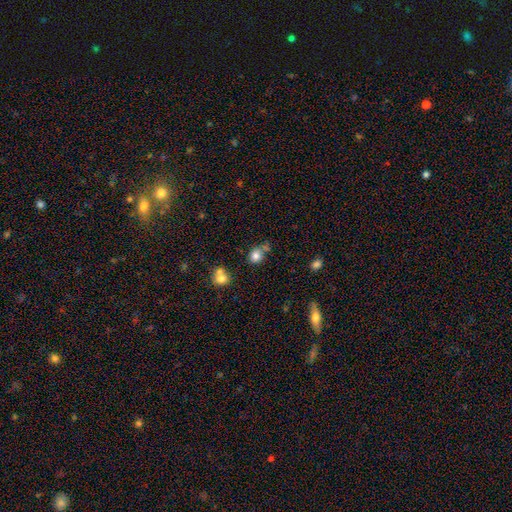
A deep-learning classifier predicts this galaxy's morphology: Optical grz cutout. It shows a smooth galaxy with no disk features (79%) that is round (70%). Merging: none (57%).